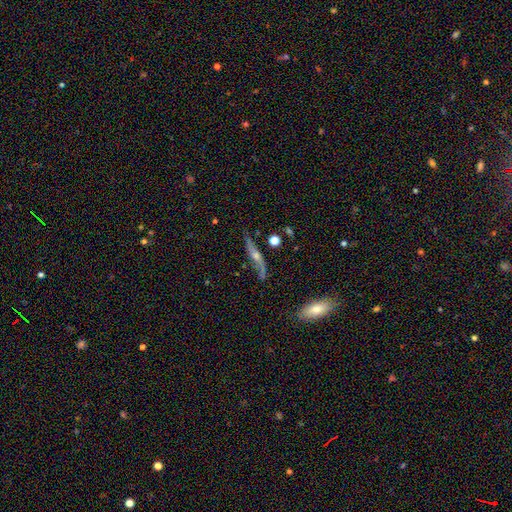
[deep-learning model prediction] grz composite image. It shows a featured or disk galaxy (75%) viewed edge-on (55%). Merging: none (64%).